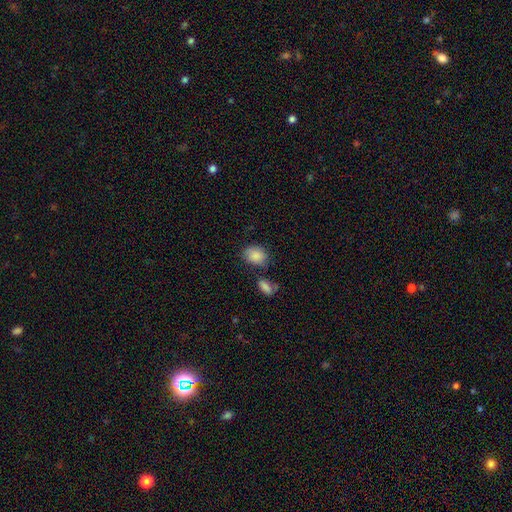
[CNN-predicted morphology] Overall: smooth (85%). How rounded: in between (67%; round 32%). Merging: none (62%).